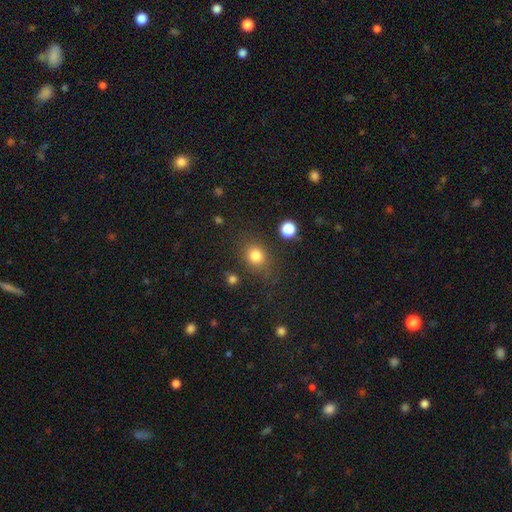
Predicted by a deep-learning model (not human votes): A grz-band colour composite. It shows a smooth galaxy with no disk features (81%) that is round (67%). Merging: none (77%).